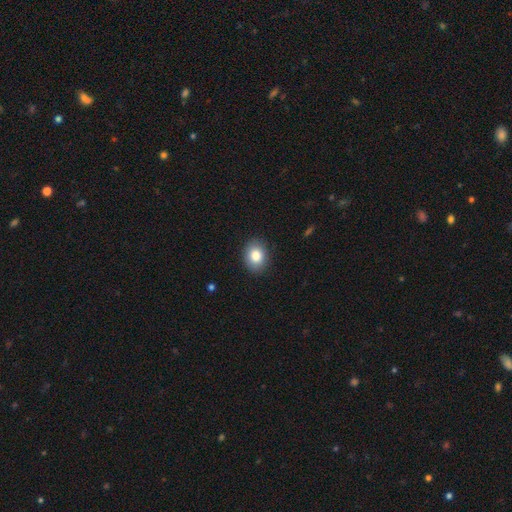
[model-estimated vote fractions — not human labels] Smooth or featured? Predicted: smooth (p=0.84). How rounded? Predicted: in between (p=0.57). Merging? Predicted: none (p=0.89).